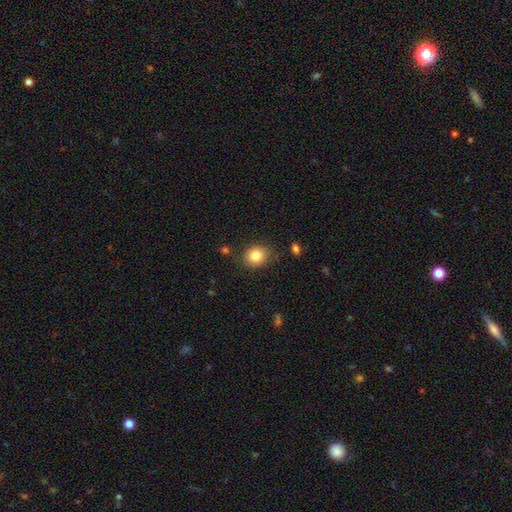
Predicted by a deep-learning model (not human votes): smooth 83%, star or artifact 10%, featured or disk 7%. Down the decision tree: how rounded — round (68%); merging — none (80%).